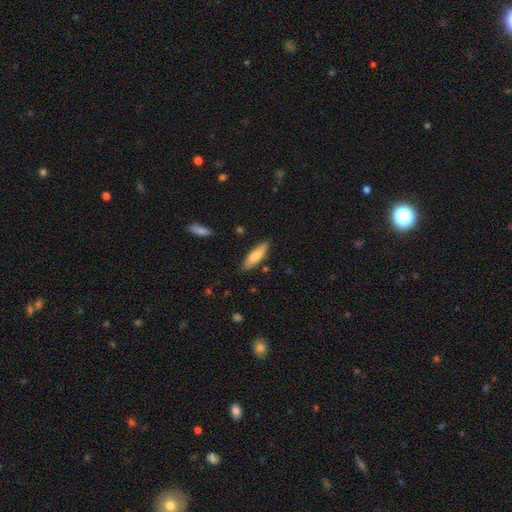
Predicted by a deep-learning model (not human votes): This appears to be a smooth galaxy with no disk features (78%) that is cigar-shaped (53%). Merging: none (83%).